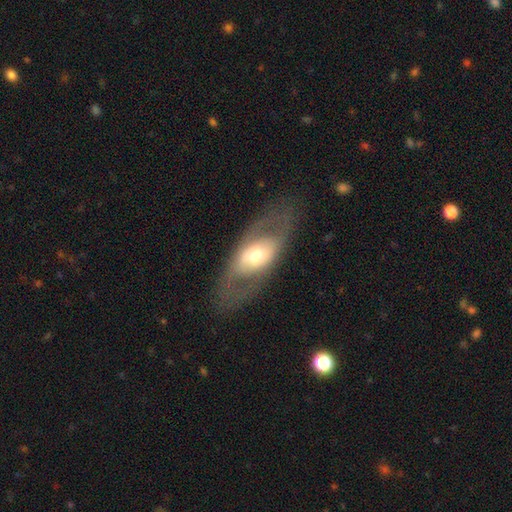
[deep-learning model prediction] A featured or disk galaxy (56%).

Vote fractions:
- Smooth or featured? featured or disk: 56% / smooth: 37% / star or artifact: 6%
- Edge-on disk? no: 83% / yes: 17%
- Merging? none: 76% / minor disturbance: 13% / major disturbance: 10% / merger: 1%